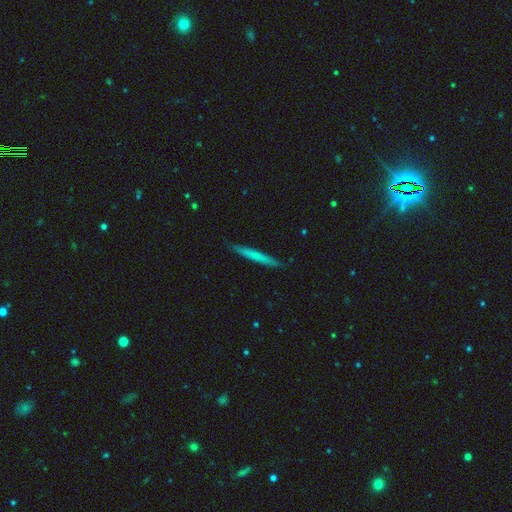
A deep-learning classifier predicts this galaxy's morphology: A smooth galaxy with no disk features (61%) that is cigar-shaped (96%). Merging: none (89%).